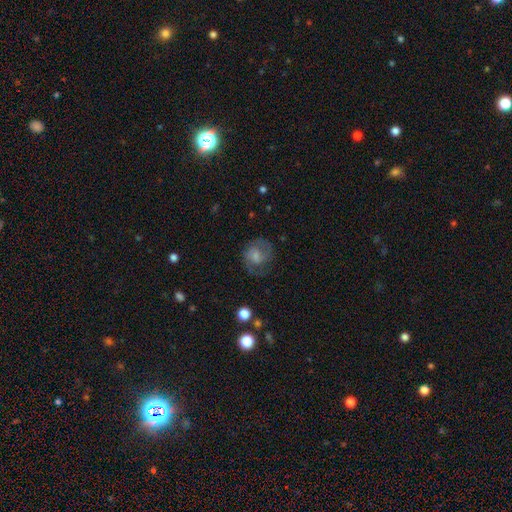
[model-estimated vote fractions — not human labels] Smooth or featured: featured or disk — 51% (smooth — 41%)
Edge-on disk: no — 97% (yes — 3%)
Merging: none — 60% (minor disturbance — 22%)